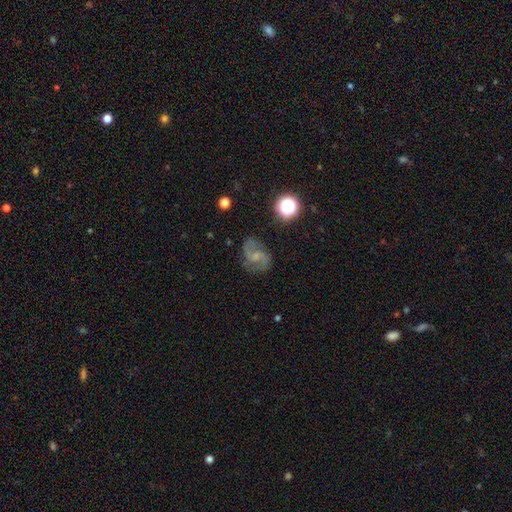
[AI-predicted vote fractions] Smooth or featured? featured or disk (74%)
Edge-on disk? no (98%)
Bar? weak (51%)
Spiral arms? yes (94%)
Spiral winding? medium (46%)
Spiral arm count? 2 (90%)
Bulge size? small (47%)
Merging? none (74%)